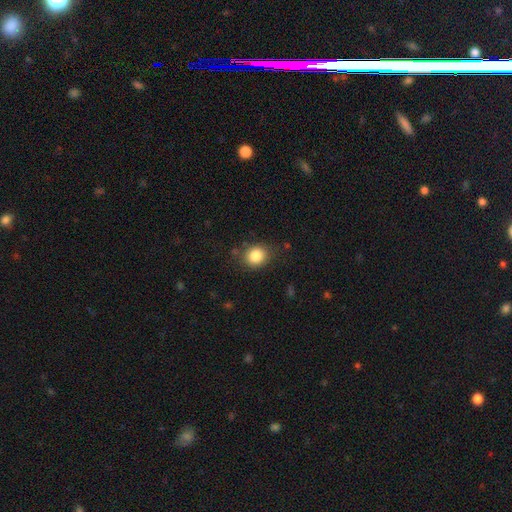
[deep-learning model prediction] smooth_or_featured: smooth (p=0.85) [alt: star or artifact p=0.10]
how_rounded: round (p=0.71) [alt: in between p=0.29]
merging: none (p=0.81) [alt: minor disturbance p=0.14]